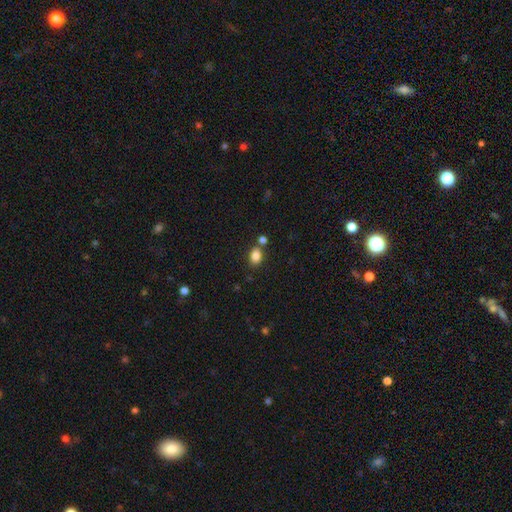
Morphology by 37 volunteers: A smooth galaxy with no disk features (95%) that is in between round and cigar-shaped (77%). Merging: none (71%).